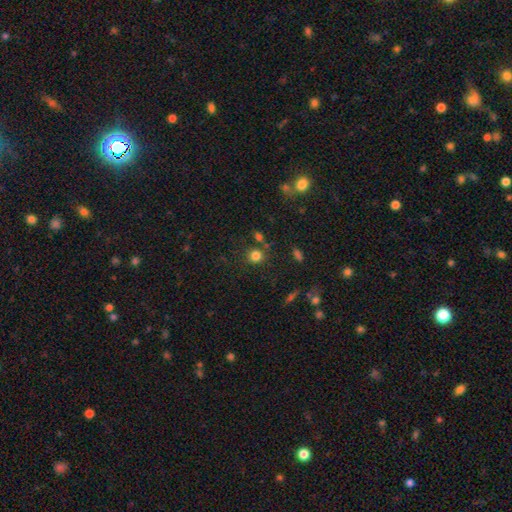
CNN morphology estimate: Smooth or featured: smooth — 80% (star or artifact — 14%)
How rounded: round — 84% (in between — 15%)
Merging: none — 74% (minor disturbance — 11%)